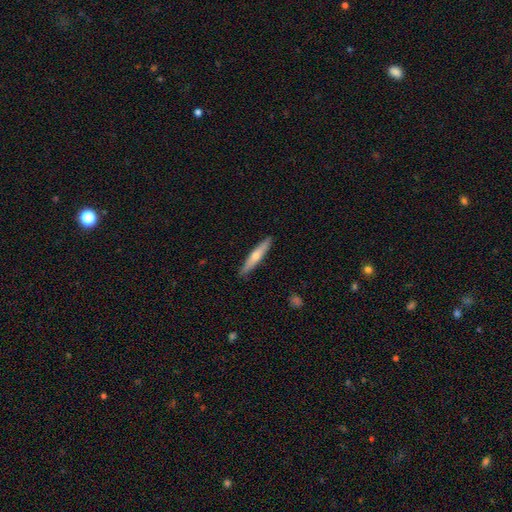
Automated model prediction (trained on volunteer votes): Smooth or featured? Predicted: featured or disk (p=0.49). Merging? Predicted: none (p=0.91).